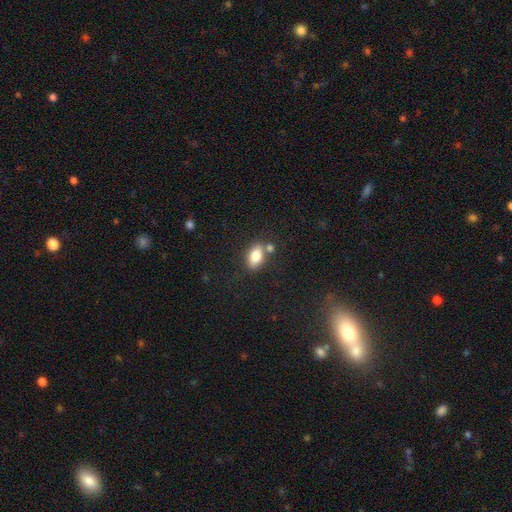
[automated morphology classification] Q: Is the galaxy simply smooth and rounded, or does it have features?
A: smooth — 81%.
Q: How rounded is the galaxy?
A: in between — 87%.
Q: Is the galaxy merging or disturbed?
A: none — 65%.